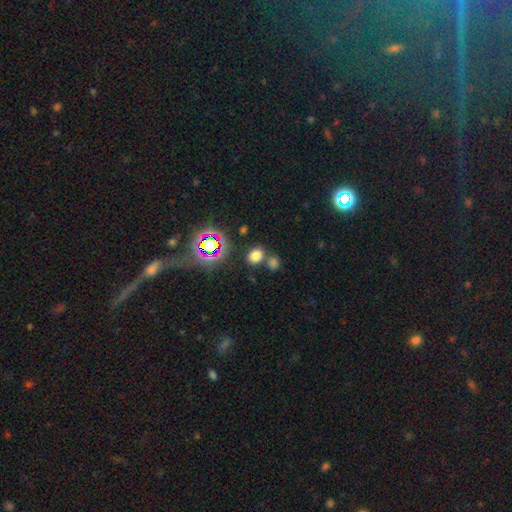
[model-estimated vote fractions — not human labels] A smooth galaxy with no disk features (72%) that is round (53%). Merging: none (68%).